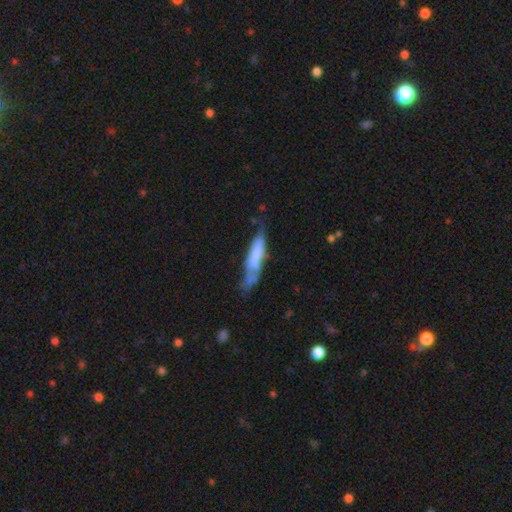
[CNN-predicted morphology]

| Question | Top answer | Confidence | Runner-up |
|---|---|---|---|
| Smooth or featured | smooth | 56% | featured or disk (36%) |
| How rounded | cigar-shaped | 74% | in between (24%) |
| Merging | none | 40% | minor disturbance (35%) |